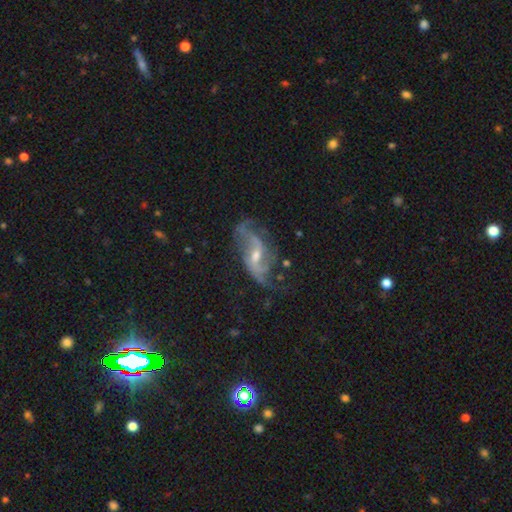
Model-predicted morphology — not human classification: featured or disk 81%, star or artifact 11%, smooth 9%. Down the decision tree: edge-on disk — no (92%); bar — weak (45%); spiral arms — yes (93%); spiral arm count — 2 (76%); spiral winding — loose (61%); bulge size — small (49%); merging — none (63%).